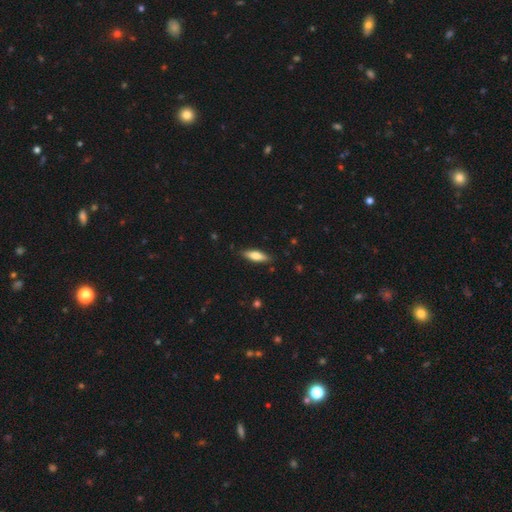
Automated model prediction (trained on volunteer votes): A smooth galaxy with no disk features (72%) that is cigar-shaped (50%).

Vote fractions:
- Smooth or featured? smooth: 72% / featured or disk: 23% / star or artifact: 6%
- How rounded? cigar-shaped: 50% / in between: 48% / round: 2%
- Merging? none: 86% / minor disturbance: 11% / major disturbance: 2% / merger: 1%